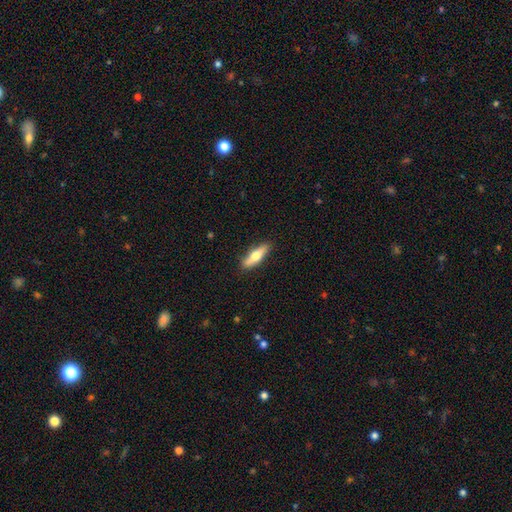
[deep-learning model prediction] The model was most divided on "smooth or featured": smooth: 56%, featured or disk: 38%, star or artifact: 6%. More confident: merging — none (87%); how rounded — cigar-shaped (59%).